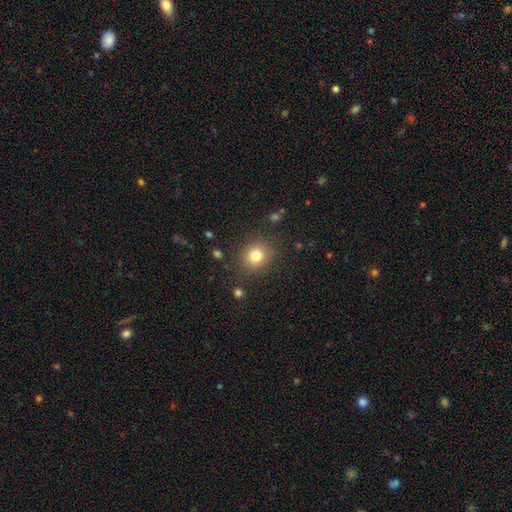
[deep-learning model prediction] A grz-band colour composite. It shows a smooth galaxy with no disk features (80%) that is round (77%). Merging: none (86%).